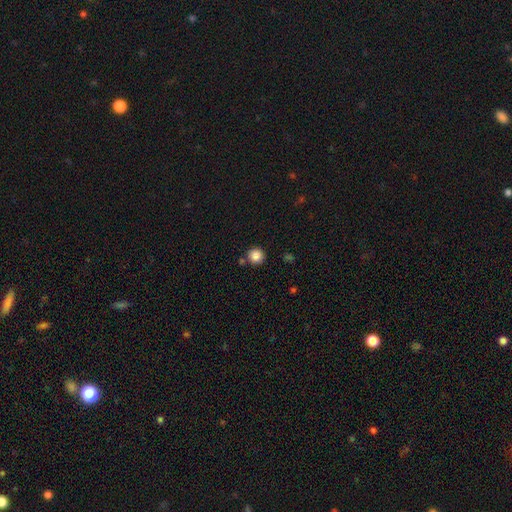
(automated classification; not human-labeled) A smooth galaxy with no disk features (86%) that is round (94%). Merging: none (84%).